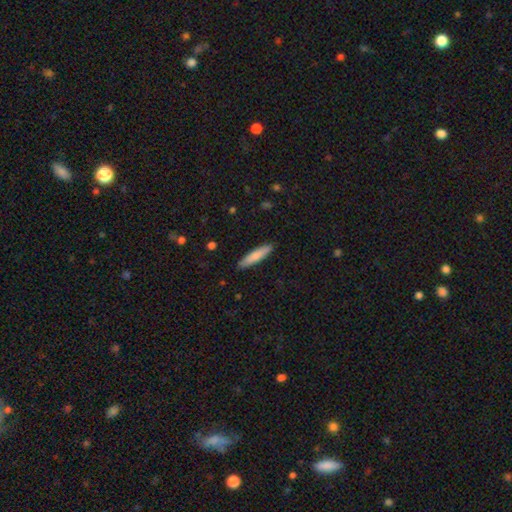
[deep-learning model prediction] Smooth or featured? Predicted: smooth (p=0.79). How rounded? Predicted: cigar-shaped (p=0.86). Merging? Predicted: none (p=0.90).